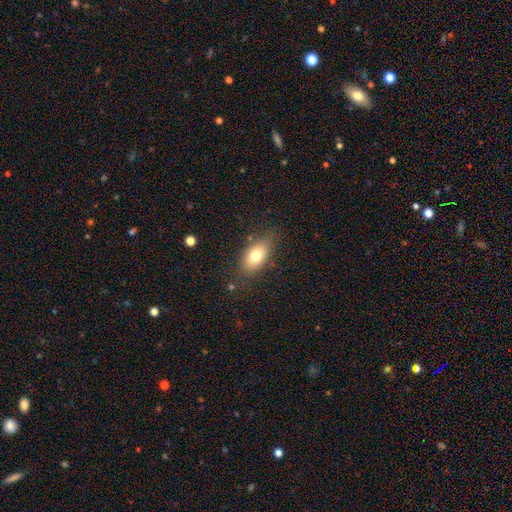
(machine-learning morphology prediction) The model was most divided on "smooth or featured": smooth: 74%, featured or disk: 17%, star or artifact: 9%. More confident: how rounded — in between (86%); merging — none (78%).